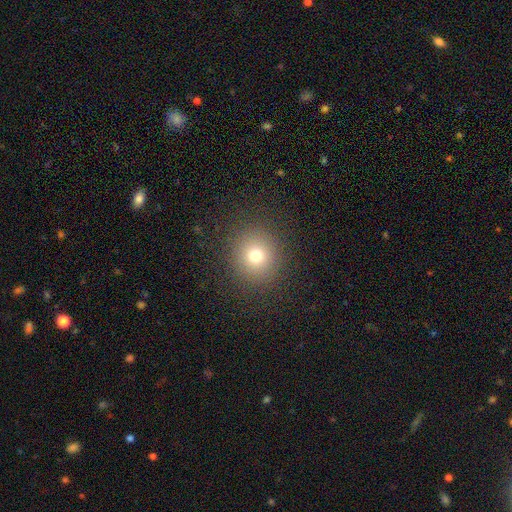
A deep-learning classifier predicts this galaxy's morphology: smooth 72%, star or artifact 18%, featured or disk 10%. Down the decision tree: how rounded — round (92%); merging — none (89%).